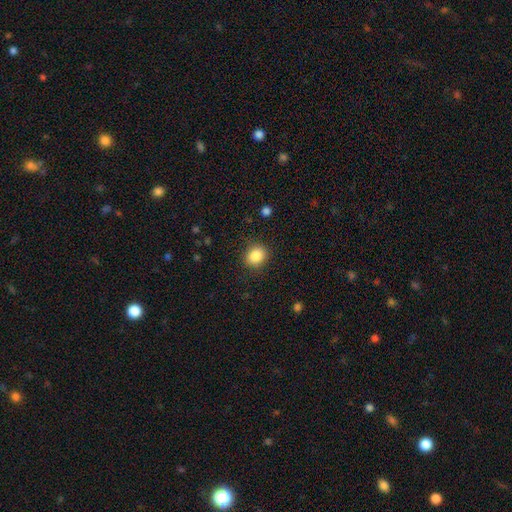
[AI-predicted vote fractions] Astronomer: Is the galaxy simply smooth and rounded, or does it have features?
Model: smooth — 87%.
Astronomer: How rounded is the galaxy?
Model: round — 68%.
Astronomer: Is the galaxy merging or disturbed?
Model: none — 86%.